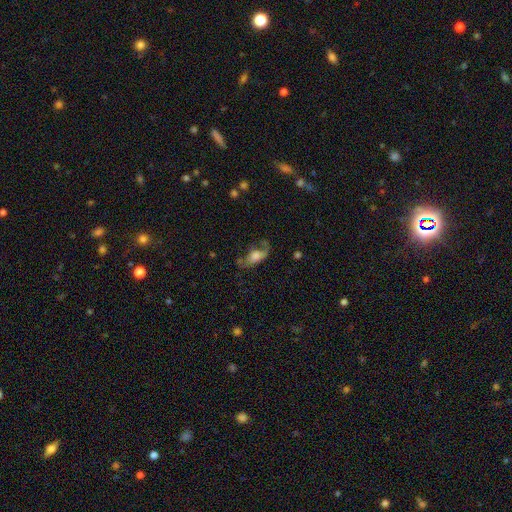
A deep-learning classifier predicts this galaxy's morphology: Q: Smooth or featured?
A: featured or disk (49%); runner-up: smooth (40%)
Q: Merging?
A: none (46%); runner-up: major disturbance (26%)